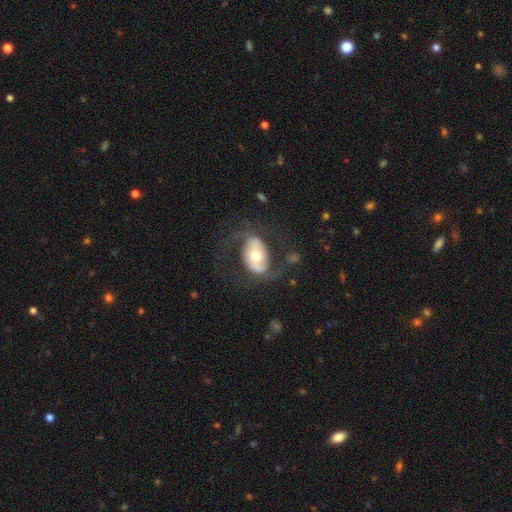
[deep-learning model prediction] This is likely a featured or disk galaxy (67%). It is clearly not viewed edge-on (94%). Bar: marginally no (44%). Spiral arm pattern: likely yes (72%). Central bulge: likely moderate (70%). Merging: likely none (61%).